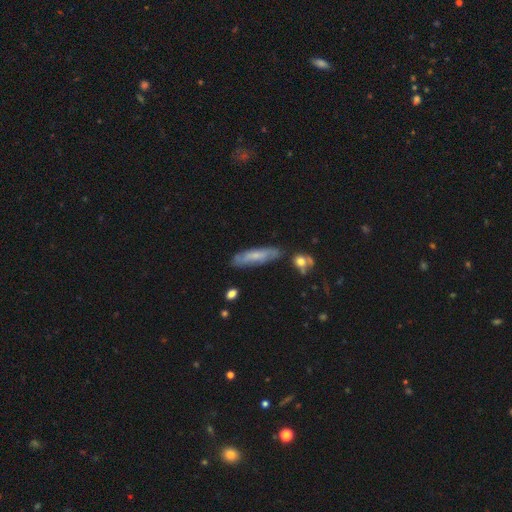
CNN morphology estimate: smooth 50%, featured or disk 43%, star or artifact 7%. Down the decision tree: how rounded — cigar-shaped (71%); merging — none (76%).